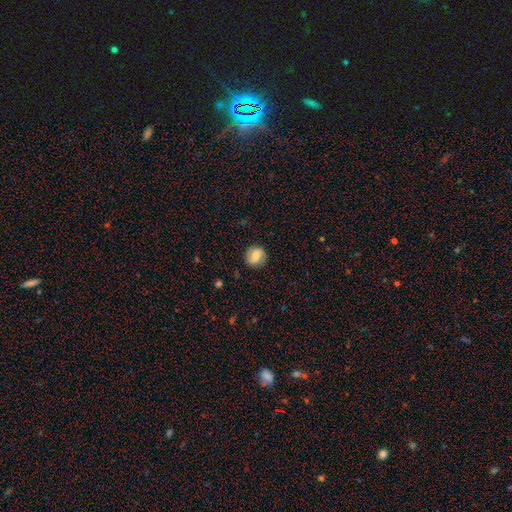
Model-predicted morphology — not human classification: A smooth galaxy with no disk features (53%) that is round (83%).

Vote fractions:
- Smooth or featured? smooth: 53% / featured or disk: 38% / star or artifact: 8%
- How rounded? round: 83% / in between: 16% / cigar-shaped: 1%
- Merging? none: 84% / minor disturbance: 11% / major disturbance: 4% / merger: 1%